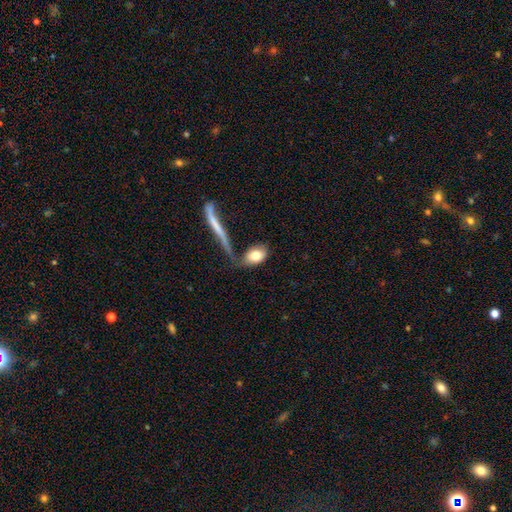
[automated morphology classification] This appears to be a smooth galaxy with no disk features (79%) that is in between round and cigar-shaped (81%). Merging: none (46%).